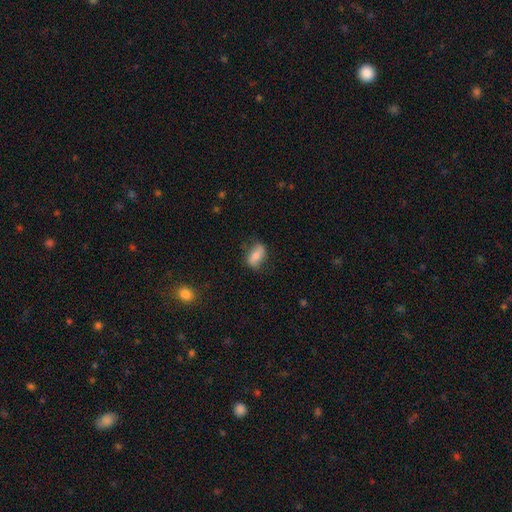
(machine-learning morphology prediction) smooth-or-featured: smooth: 62% | featured or disk: 30% | star or artifact: 8%
  how-rounded: in between: 85% | round: 8% | cigar-shaped: 7%
  merging: none: 70% | minor disturbance: 22% | major disturbance: 7% | merger: 2%